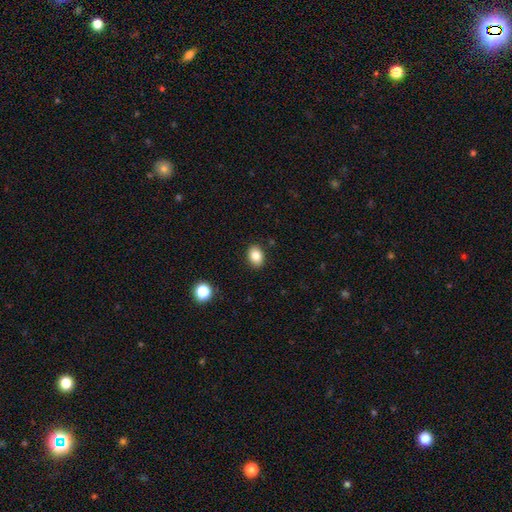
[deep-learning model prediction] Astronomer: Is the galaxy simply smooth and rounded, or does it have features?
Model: smooth — 84%.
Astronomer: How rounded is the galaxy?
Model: in between — 64%.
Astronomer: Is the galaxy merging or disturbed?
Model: none — 89%.